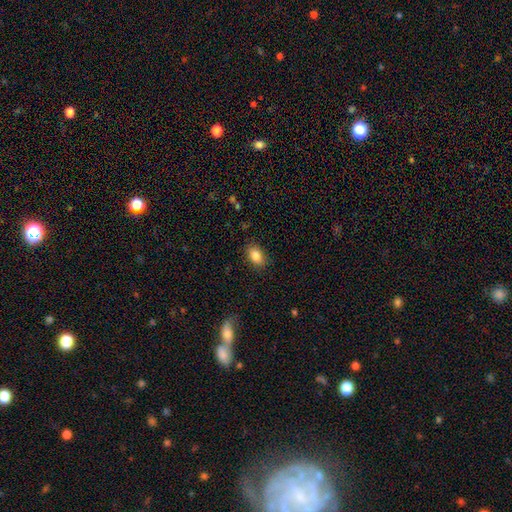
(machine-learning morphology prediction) This appears to be a smooth galaxy with no disk features (85%) that is in between round and cigar-shaped (87%). Merging: none (86%).